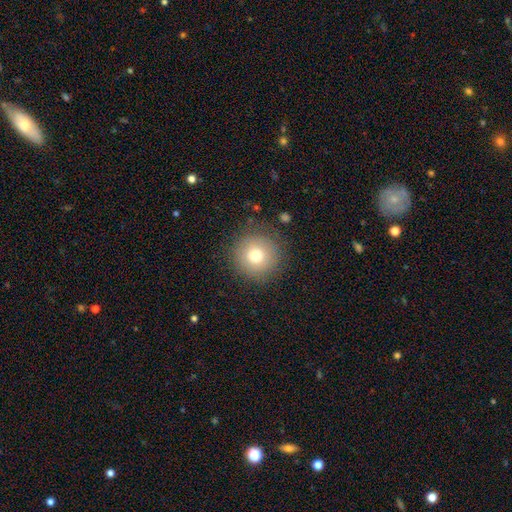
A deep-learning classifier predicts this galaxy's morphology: This appears to be a smooth galaxy with no disk features (75%) that is round (96%). Merging: none (86%).